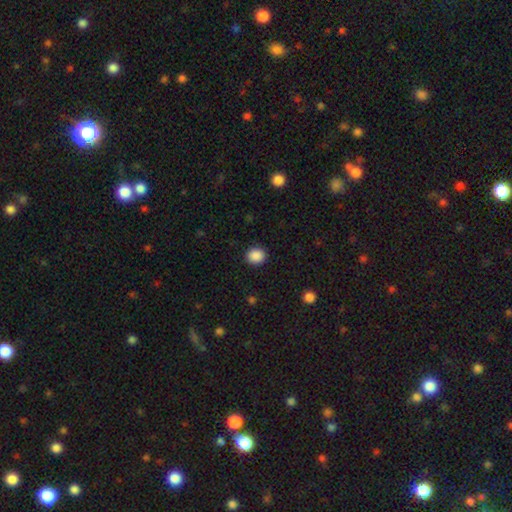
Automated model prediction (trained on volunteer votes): Morphology: type=smooth (89%); roundness=round (79%); merging=none (90%).